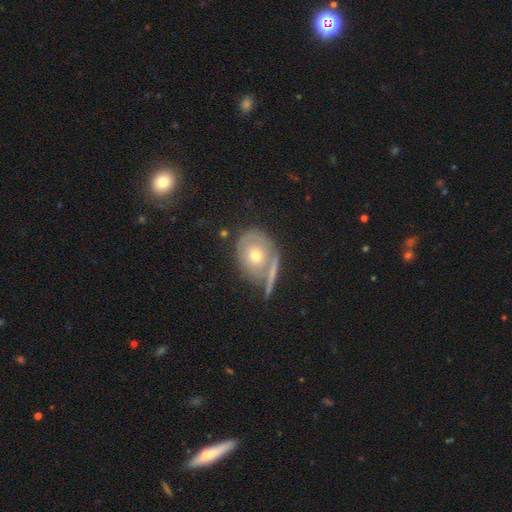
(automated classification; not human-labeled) Smooth or featured: smooth — 49% (featured or disk — 42%)
Merging: none — 58% (merger — 17%)